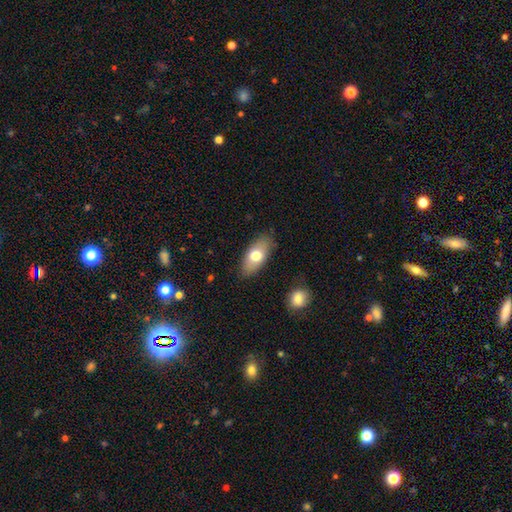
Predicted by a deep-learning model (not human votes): This is likely a smooth galaxy (71%). How rounded: clearly in between (88%). Merging: clearly none (83%).